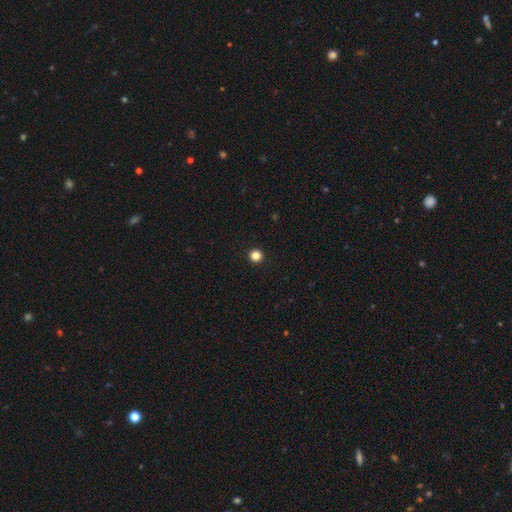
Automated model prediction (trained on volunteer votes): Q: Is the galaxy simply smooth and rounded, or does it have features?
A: smooth — 84%.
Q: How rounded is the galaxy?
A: round — 96%.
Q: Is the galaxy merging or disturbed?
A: none — 95%.